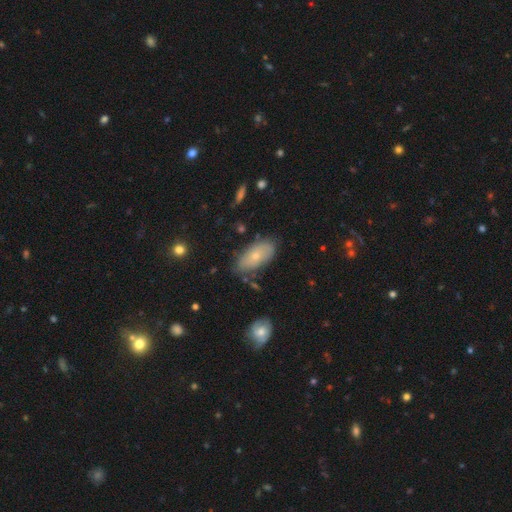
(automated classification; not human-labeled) Overall: smooth (61%; featured or disk 31%). How rounded: in between (92%). Merging: none (70%).